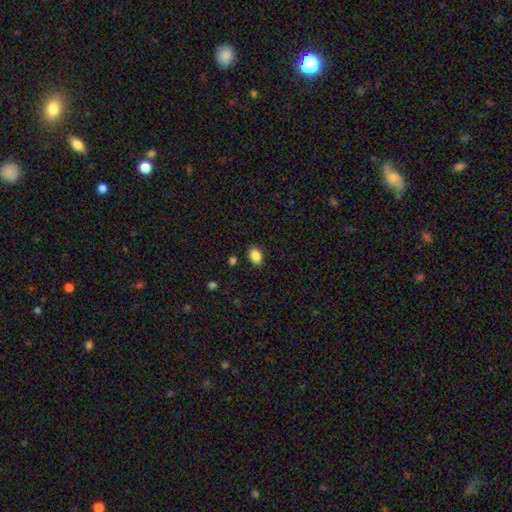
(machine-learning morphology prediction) Q: Smooth or featured?
A: smooth (87%); runner-up: star or artifact (9%)
Q: How rounded?
A: in between (75%); runner-up: round (24%)
Q: Merging?
A: none (86%); runner-up: minor disturbance (10%)